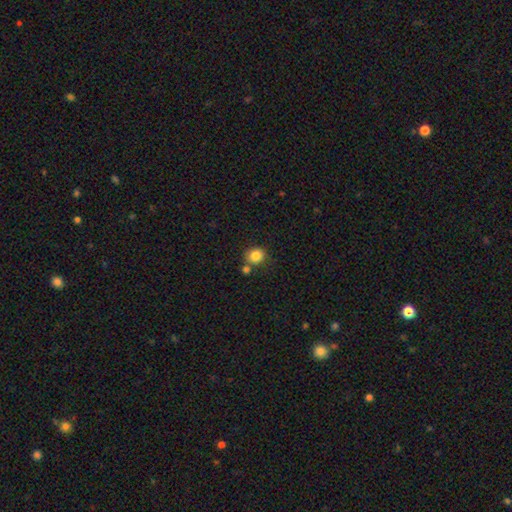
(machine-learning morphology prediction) Smooth or featured? Predicted: smooth (p=0.84). How rounded? Predicted: round (p=0.83). Merging? Predicted: none (p=0.69).